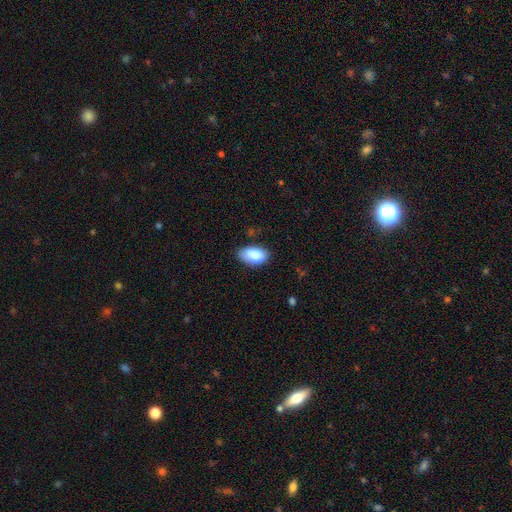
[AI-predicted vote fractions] A smooth galaxy with no disk features (83%) that is in between round and cigar-shaped (94%). Merging: none (70%).